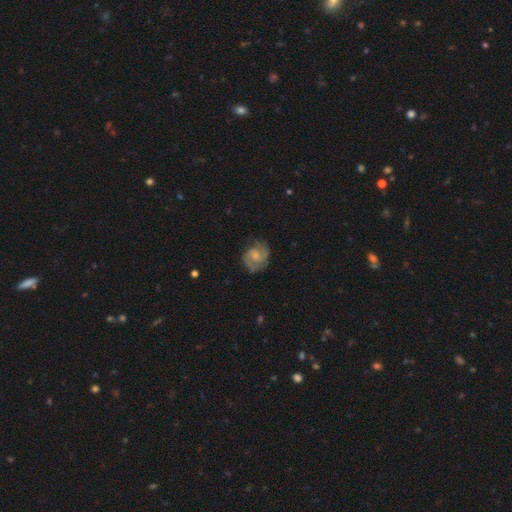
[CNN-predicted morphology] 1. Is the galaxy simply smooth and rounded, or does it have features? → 78% featured or disk, 16% smooth, 6% star or artifact.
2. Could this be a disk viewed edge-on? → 98% no, 2% yes.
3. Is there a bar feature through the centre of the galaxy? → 47% no, 46% weak, 7% strong.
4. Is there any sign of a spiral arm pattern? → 95% yes, 5% no.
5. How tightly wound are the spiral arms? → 52% medium, 31% tight, 17% loose.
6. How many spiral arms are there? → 80% 2, 8% can't tell, 6% 3, 3% 1, 2% 4, 2% more than 4.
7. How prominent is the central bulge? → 49% small, 32% moderate, 15% none, 2% large, 1% dominant.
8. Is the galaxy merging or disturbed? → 70% none, 20% minor disturbance, 9% major disturbance, 1% merger.